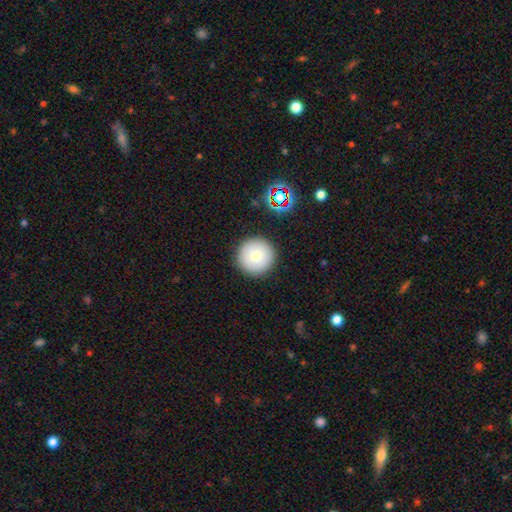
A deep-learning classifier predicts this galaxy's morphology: Overall: smooth (71%). How rounded: round (97%). Merging: none (91%).